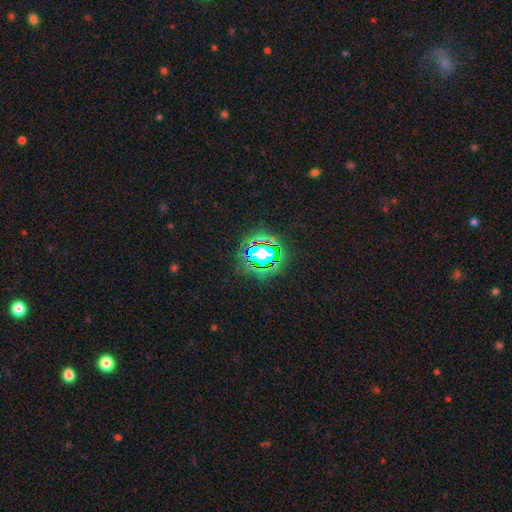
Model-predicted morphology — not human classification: type=star or artifact (81%).